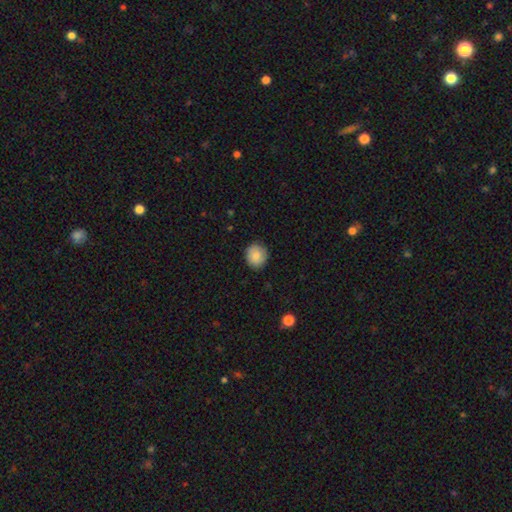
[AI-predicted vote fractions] Smooth or featured: smooth — 86% (star or artifact — 8%)
How rounded: round — 82% (in between — 17%)
Merging: none — 88% (minor disturbance — 9%)